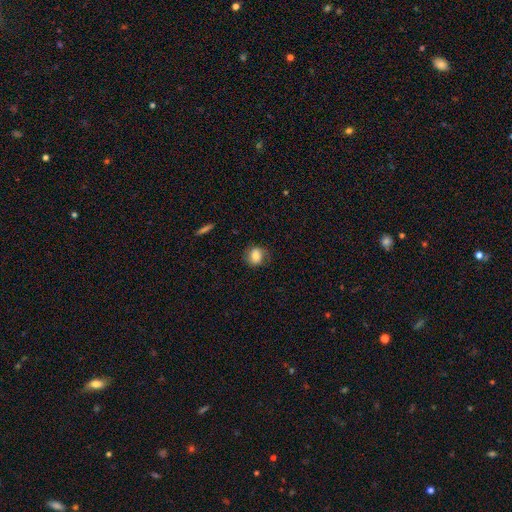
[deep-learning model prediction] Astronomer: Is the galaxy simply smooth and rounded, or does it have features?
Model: smooth — 74%.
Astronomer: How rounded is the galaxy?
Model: round — 74%.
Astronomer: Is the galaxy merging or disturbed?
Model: none — 75%.